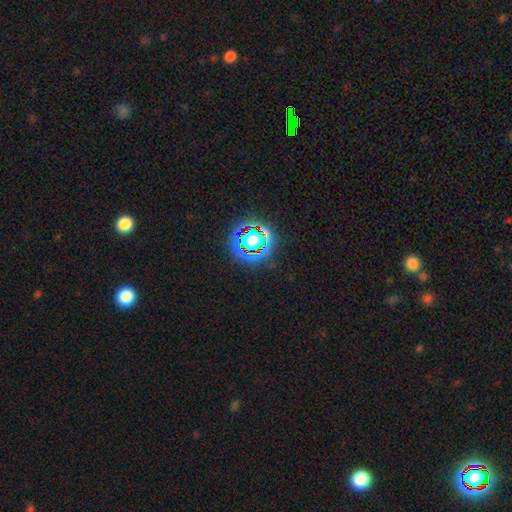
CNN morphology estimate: Smooth or featured: star or artifact — 78% (smooth — 14%)